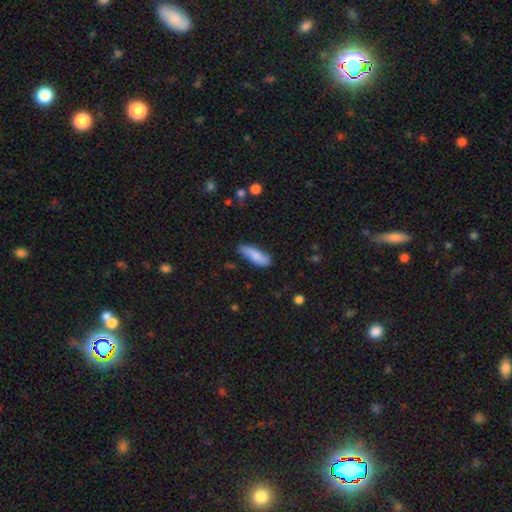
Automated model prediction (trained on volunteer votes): Smooth or featured?
  - smooth: 83% *
  - featured or disk: 11%
  - star or artifact: 6%
How rounded?
  - in between: 54% *
  - cigar-shaped: 45%
  - round: 2%
Merging?
  - none: 73% *
  - minor disturbance: 22%
  - major disturbance: 4%
  - merger: 2%